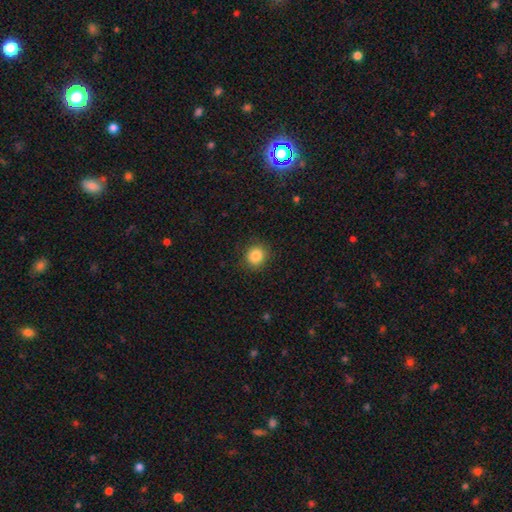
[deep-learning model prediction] A smooth galaxy with no disk features (85%) that is round (88%).

Vote fractions:
- Smooth or featured? smooth: 85% / star or artifact: 10% / featured or disk: 5%
- How rounded? round: 88% / in between: 11% / cigar-shaped: 1%
- Merging? none: 89% / minor disturbance: 7% / major disturbance: 2% / merger: 1%